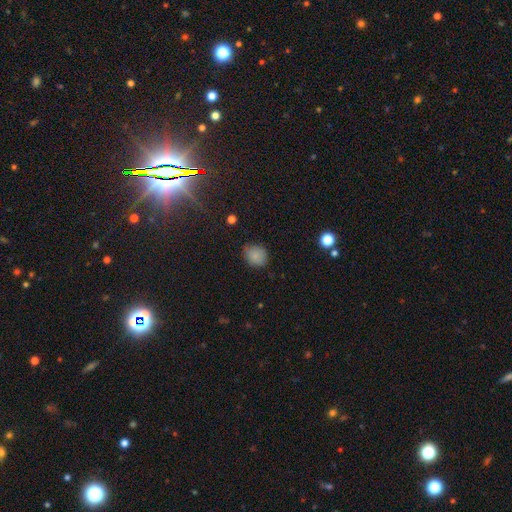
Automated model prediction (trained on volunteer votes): A smooth galaxy with no disk features (82%) that is round (64%).

Vote fractions:
- Smooth or featured? smooth: 82% / star or artifact: 12% / featured or disk: 7%
- How rounded? round: 64% / in between: 35% / cigar-shaped: 1%
- Merging? none: 77% / minor disturbance: 18% / major disturbance: 4% / merger: 1%